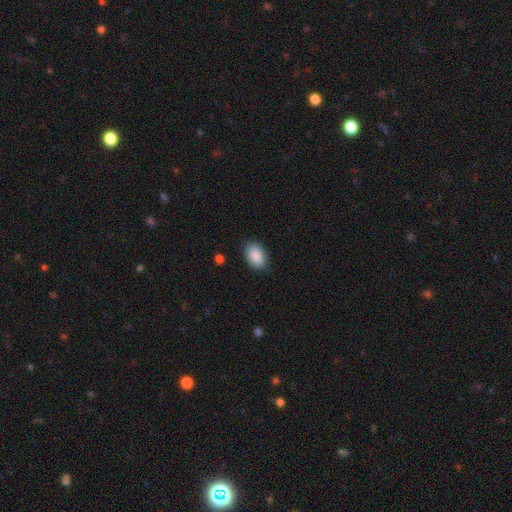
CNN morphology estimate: smooth-or-featured: smooth: 89% | star or artifact: 6% | featured or disk: 5%
  how-rounded: in between: 89% | round: 10% | cigar-shaped: 1%
  merging: none: 83% | minor disturbance: 13% | major disturbance: 3% | merger: 1%